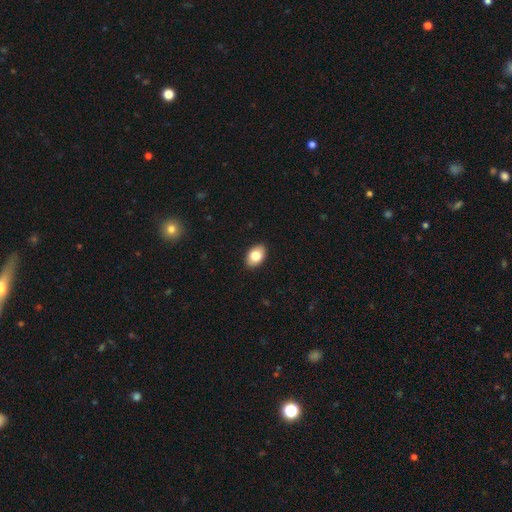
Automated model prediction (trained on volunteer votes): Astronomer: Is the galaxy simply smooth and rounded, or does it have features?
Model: smooth — 81%.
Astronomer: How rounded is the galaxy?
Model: in between — 88%.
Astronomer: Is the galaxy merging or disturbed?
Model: none — 90%.